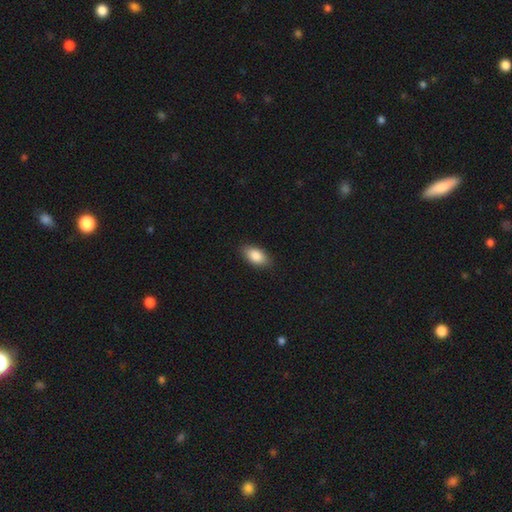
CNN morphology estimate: Overall: smooth (87%). How rounded: in between (92%). Merging: none (88%).